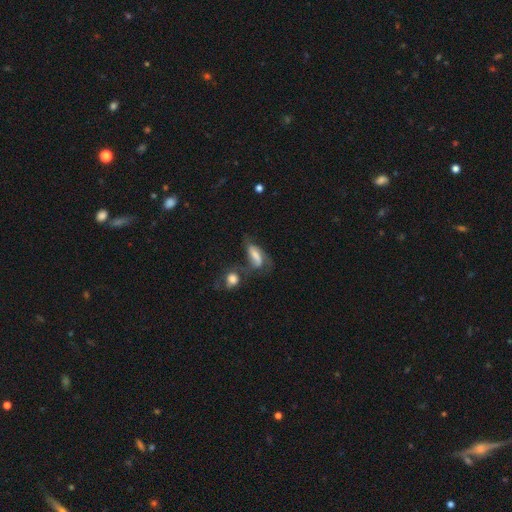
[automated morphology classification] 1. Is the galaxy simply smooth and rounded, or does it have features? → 52% smooth, 38% featured or disk, 10% star or artifact.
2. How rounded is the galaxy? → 72% in between, 22% cigar-shaped, 6% round.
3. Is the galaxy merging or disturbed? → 31% none, 24% merger, 23% major disturbance, 22% minor disturbance.